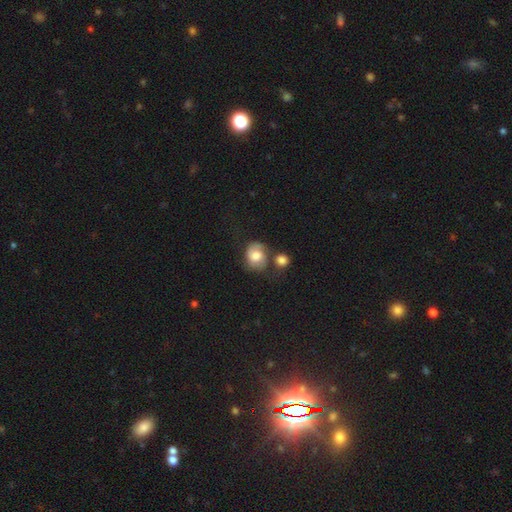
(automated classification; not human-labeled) A smooth galaxy with no disk features (60%) that is round (60%).

Vote fractions:
- Smooth or featured? smooth: 60% / featured or disk: 32% / star or artifact: 8%
- How rounded? round: 60% / in between: 39% / cigar-shaped: 1%
- Merging? none: 48% / minor disturbance: 21% / merger: 20% / major disturbance: 11%